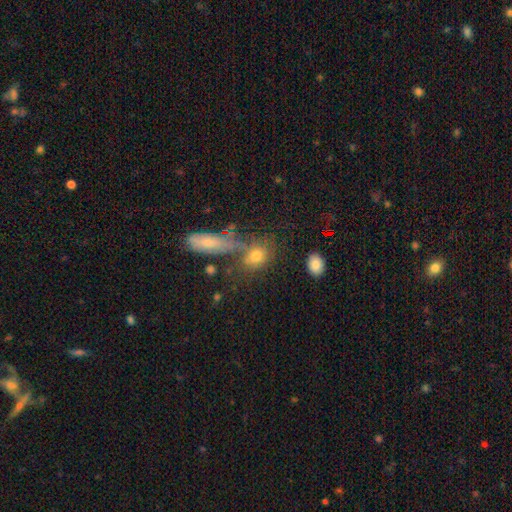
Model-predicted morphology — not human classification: smooth_or_featured: smooth (p=0.73) [alt: featured or disk p=0.15]
how_rounded: in between (p=0.58) [alt: round p=0.36]
merging: none (p=0.50) [alt: merger p=0.27]